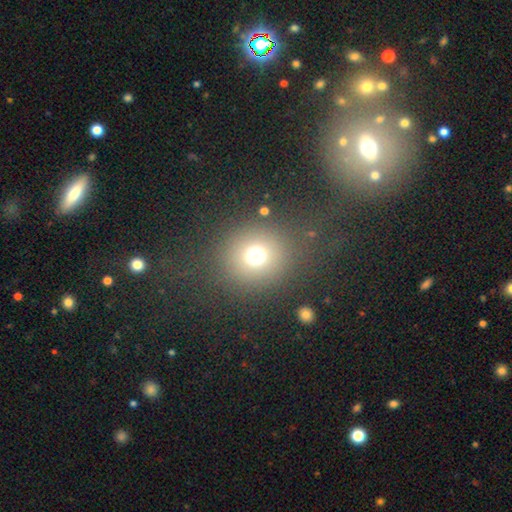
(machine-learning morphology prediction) The model was most divided on "smooth or featured": smooth: 69%, star or artifact: 22%, featured or disk: 9%. More confident: how rounded — round (88%); merging — none (81%).